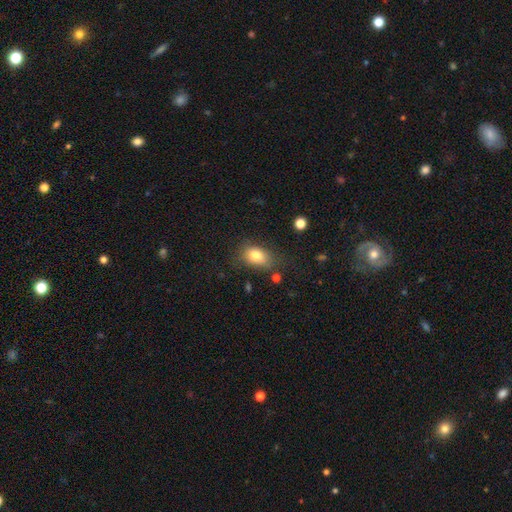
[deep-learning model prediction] Overall: smooth (80%). How rounded: in between (80%). Merging: none (67%).